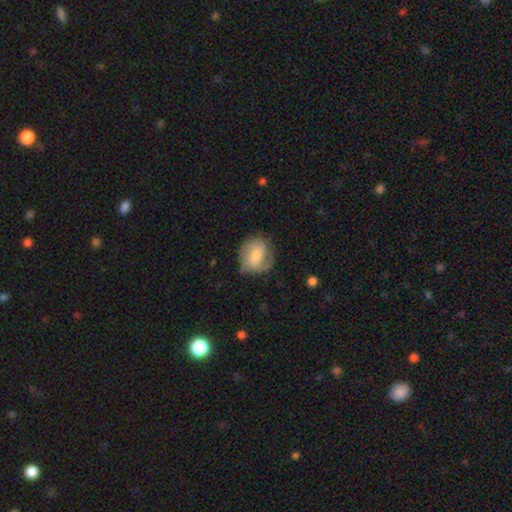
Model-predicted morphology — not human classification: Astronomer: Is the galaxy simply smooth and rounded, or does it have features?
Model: featured or disk — 52% (runner-up: smooth, 41%).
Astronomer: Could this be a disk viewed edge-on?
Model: no — 97%.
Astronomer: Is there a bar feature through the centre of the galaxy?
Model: weak — 46% (runner-up: no, 38%).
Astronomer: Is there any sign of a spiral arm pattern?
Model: yes — 85%.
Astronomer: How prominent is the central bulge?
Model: moderate — 51% (runner-up: small, 37%).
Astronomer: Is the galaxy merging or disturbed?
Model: none — 71%.